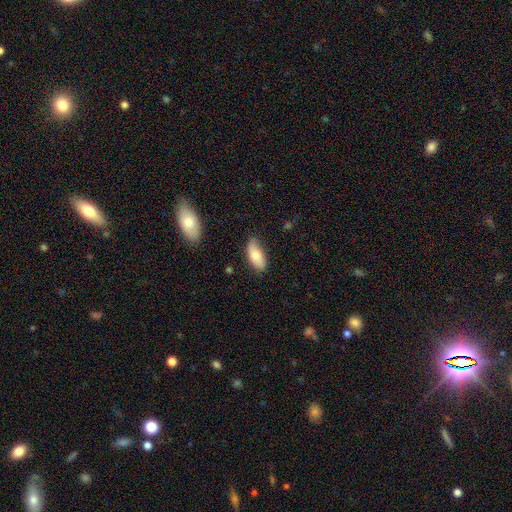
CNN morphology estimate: Q: Smooth or featured?
A: smooth (79%); runner-up: featured or disk (14%)
Q: How rounded?
A: in between (85%); runner-up: cigar-shaped (12%)
Q: Merging?
A: none (72%); runner-up: minor disturbance (22%)